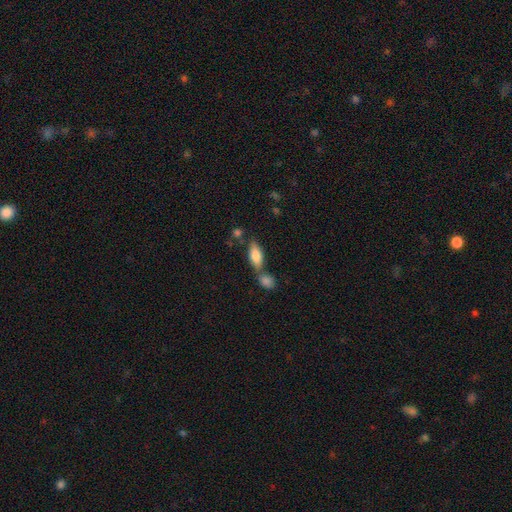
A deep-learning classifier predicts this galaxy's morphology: smooth 74%, featured or disk 19%, star or artifact 7%. Down the decision tree: how rounded — in between (77%); merging — none (55%).